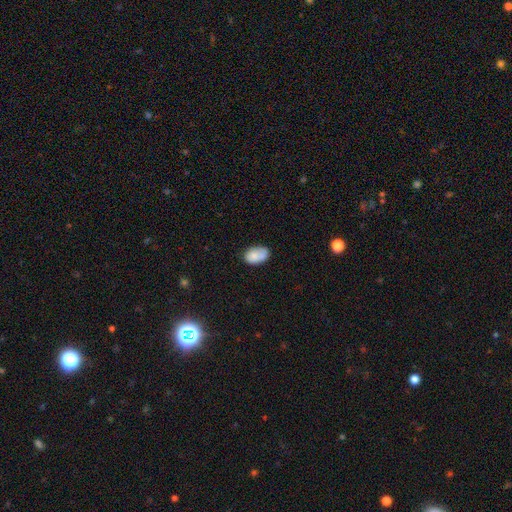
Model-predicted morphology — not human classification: Smooth or featured: smooth — 82% (featured or disk — 10%)
How rounded: in between — 90% (round — 9%)
Merging: none — 67% (minor disturbance — 24%)